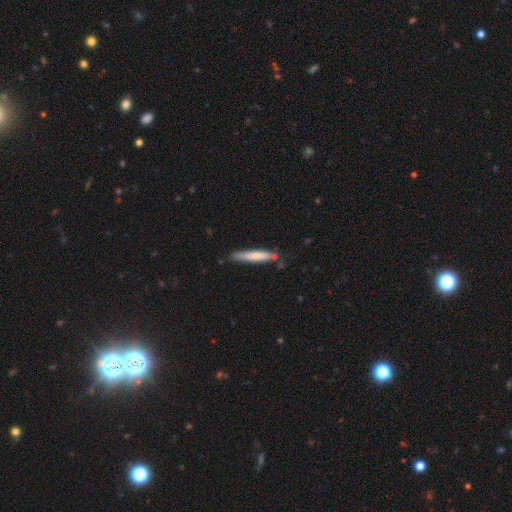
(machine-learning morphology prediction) The model was most divided on "smooth or featured": smooth: 70%, featured or disk: 24%, star or artifact: 5%. More confident: how rounded — cigar-shaped (93%); merging — none (76%).